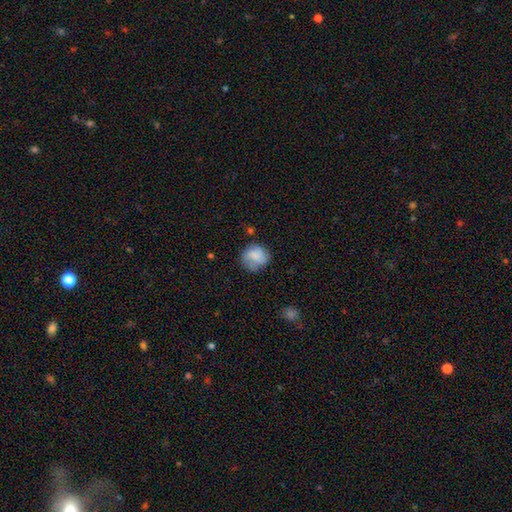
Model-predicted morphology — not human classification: Q: Smooth or featured?
A: smooth (75%); runner-up: featured or disk (17%)
Q: How rounded?
A: round (81%); runner-up: in between (18%)
Q: Merging?
A: none (65%); runner-up: minor disturbance (24%)